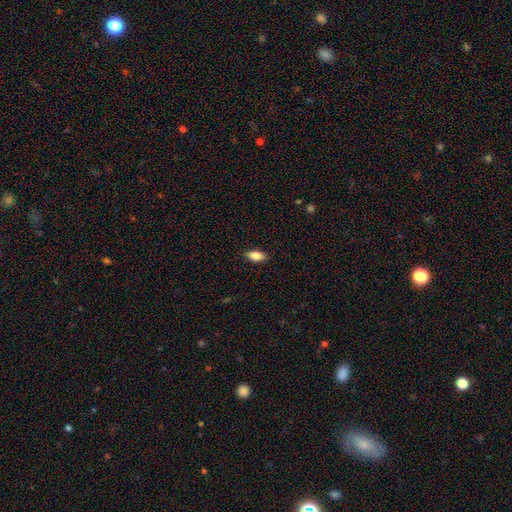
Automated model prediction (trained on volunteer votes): Overall: smooth (82%). How rounded: in between (87%). Merging: none (87%).